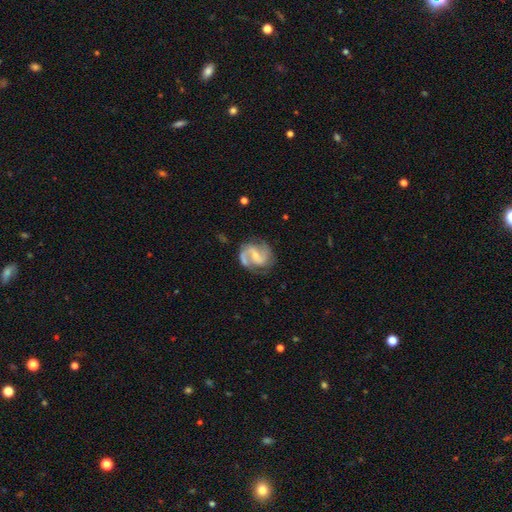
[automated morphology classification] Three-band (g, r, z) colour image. It shows a featured or disk galaxy (84%) with a weak bar (49%), 2 (82%) medium (53%) spiral arms (95%) and a small central bulge (57%). Merging: none (66%).